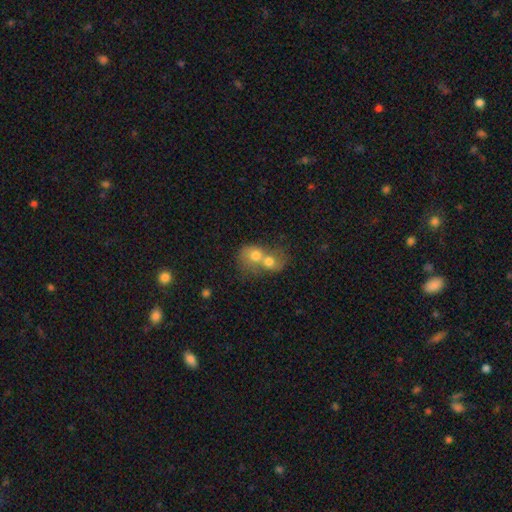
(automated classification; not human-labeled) Q: Smooth or featured?
A: smooth (67%); runner-up: featured or disk (24%)
Q: How rounded?
A: round (64%); runner-up: in between (35%)
Q: Merging?
A: merger (82%); runner-up: none (11%)